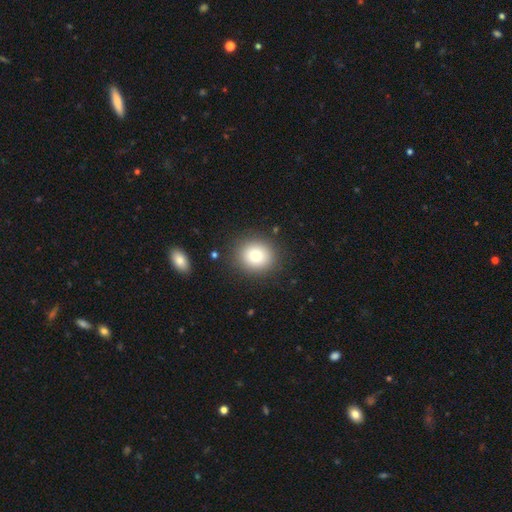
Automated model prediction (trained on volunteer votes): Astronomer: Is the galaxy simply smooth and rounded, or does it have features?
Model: smooth — 76%.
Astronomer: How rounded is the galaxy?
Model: round — 86%.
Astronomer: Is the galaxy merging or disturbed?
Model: none — 88%.